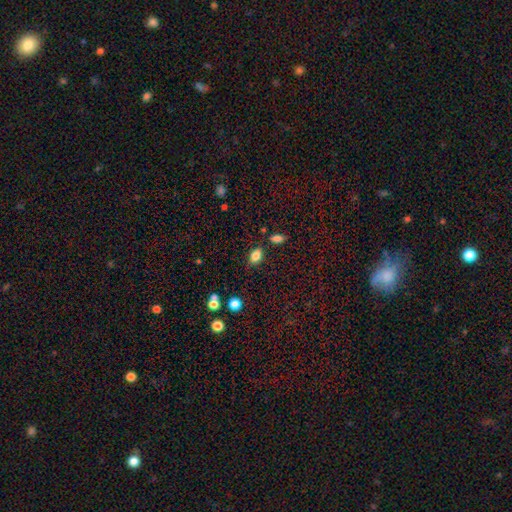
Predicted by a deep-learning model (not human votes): This appears to be a smooth galaxy with no disk features (82%) that is in between round and cigar-shaped (84%). Merging: none (80%).